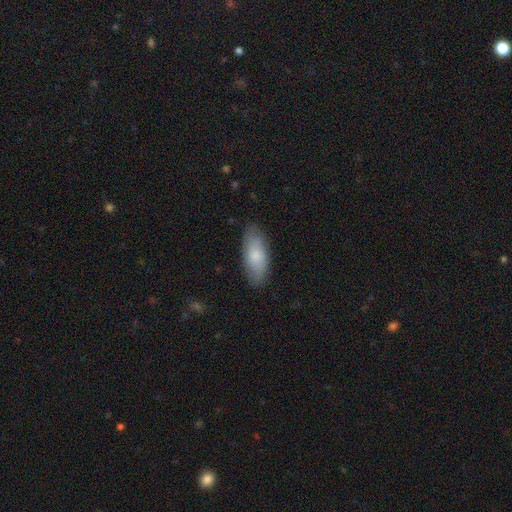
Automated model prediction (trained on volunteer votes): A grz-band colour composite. It shows a smooth galaxy with no disk features (78%) that is in between round and cigar-shaped (80%). Merging: none (84%).